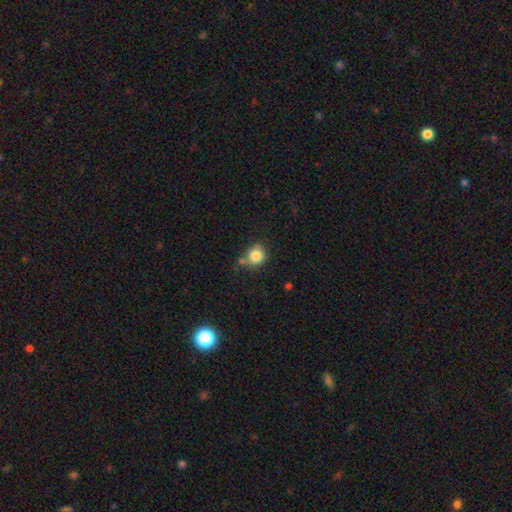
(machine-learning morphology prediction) A smooth galaxy with no disk features (82%) that is round (83%).

Vote fractions:
- Smooth or featured? smooth: 82% / star or artifact: 10% / featured or disk: 8%
- How rounded? round: 83% / in between: 16% / cigar-shaped: 1%
- Merging? none: 58% / minor disturbance: 22% / merger: 14% / major disturbance: 6%